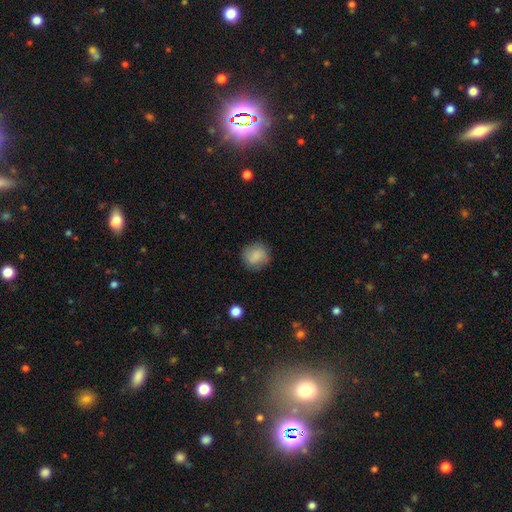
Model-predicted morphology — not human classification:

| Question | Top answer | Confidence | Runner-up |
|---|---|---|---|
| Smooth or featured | smooth | 83% | featured or disk (9%) |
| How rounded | round | 84% | in between (15%) |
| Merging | none | 82% | minor disturbance (13%) |